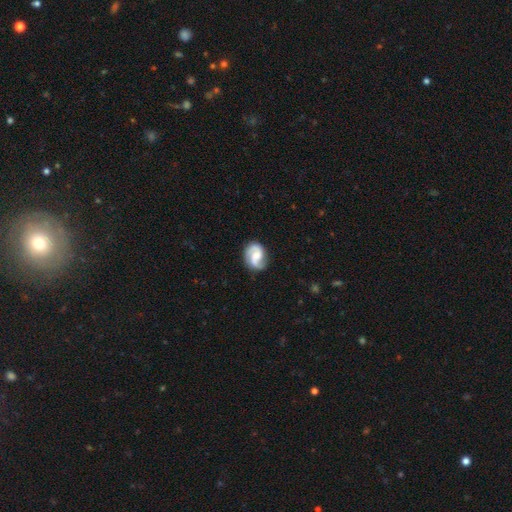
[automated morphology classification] A featured or disk galaxy (80%) with a weak bar (45%), 2 (88%) medium (46%) spiral arms (96%) and a moderate central bulge (44%). Merging: none (78%).